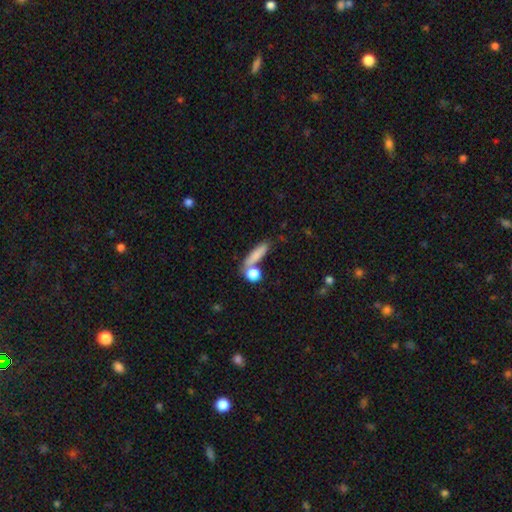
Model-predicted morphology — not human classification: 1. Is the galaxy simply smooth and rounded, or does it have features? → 79% smooth, 12% featured or disk, 9% star or artifact.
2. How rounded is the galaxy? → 57% cigar-shaped, 29% in between, 14% round.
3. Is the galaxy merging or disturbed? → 63% none, 18% merger, 14% minor disturbance, 5% major disturbance.